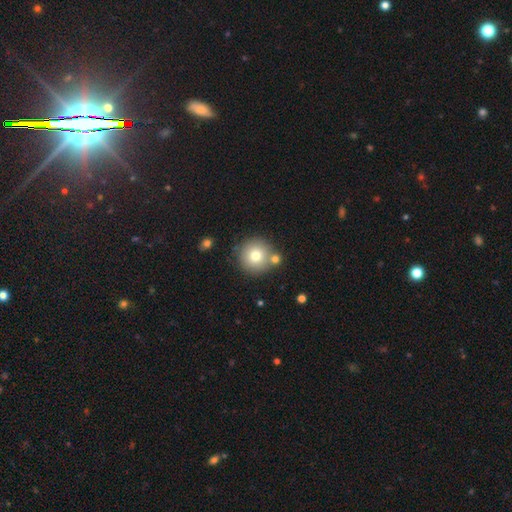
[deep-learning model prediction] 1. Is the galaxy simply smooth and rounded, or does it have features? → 75% smooth, 14% featured or disk, 12% star or artifact.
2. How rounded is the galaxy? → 95% round, 4% in between, 1% cigar-shaped.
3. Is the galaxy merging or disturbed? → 74% none, 15% merger, 8% minor disturbance, 3% major disturbance.